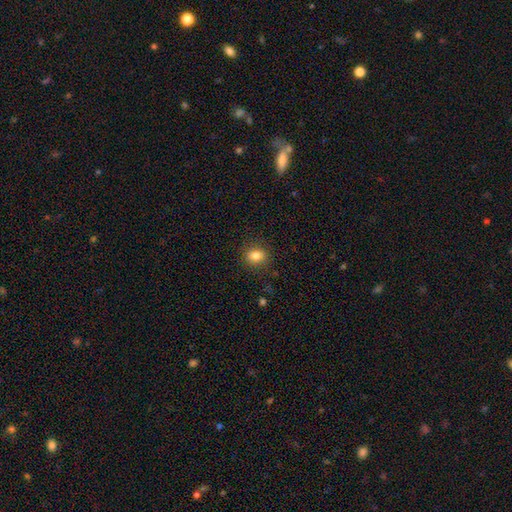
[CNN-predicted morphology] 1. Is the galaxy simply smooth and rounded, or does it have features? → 83% smooth, 10% star or artifact, 7% featured or disk.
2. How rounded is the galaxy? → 51% in between, 47% round, 1% cigar-shaped.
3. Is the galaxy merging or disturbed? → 87% none, 9% minor disturbance, 3% major disturbance, 1% merger.